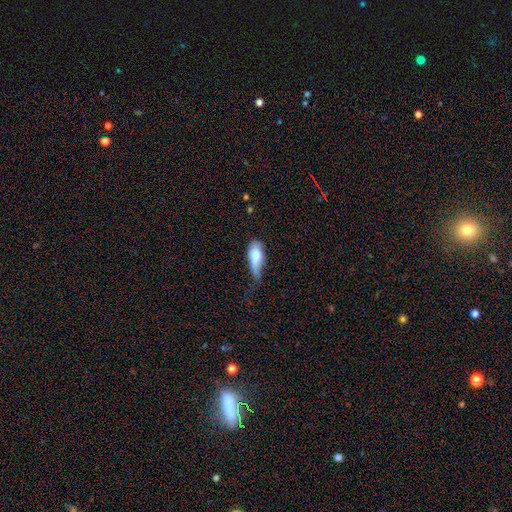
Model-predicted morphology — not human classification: type=smooth (75%); roundness=in between (77%); merging=minor disturbance (45%).